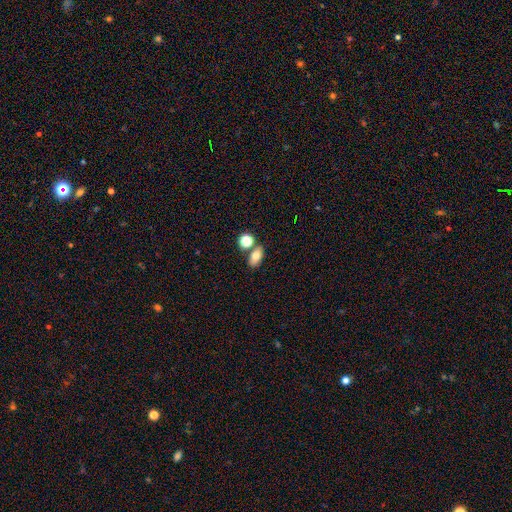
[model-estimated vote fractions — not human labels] A smooth galaxy with no disk features (76%) that is in between round and cigar-shaped (82%). Merging: none (65%).